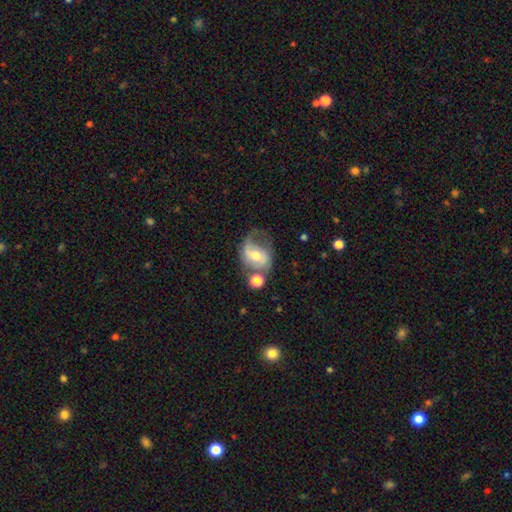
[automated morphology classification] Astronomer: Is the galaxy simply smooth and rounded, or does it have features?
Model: featured or disk — 66%.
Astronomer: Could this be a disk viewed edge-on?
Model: no — 96%.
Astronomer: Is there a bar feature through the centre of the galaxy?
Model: weak — 40% (runner-up: no, 36%).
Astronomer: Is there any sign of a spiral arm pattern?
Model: yes — 80%.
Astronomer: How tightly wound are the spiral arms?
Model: loose — 46% (runner-up: medium, 39%).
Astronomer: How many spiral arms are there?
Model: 2 — 73%.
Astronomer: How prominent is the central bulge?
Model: moderate — 59%.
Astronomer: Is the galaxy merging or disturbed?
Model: none — 42% (runner-up: minor disturbance, 23%).